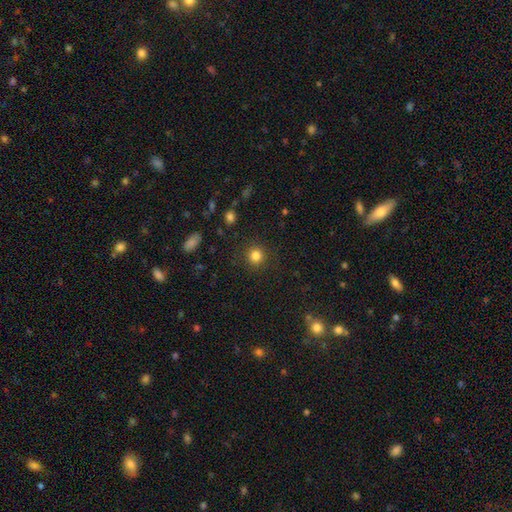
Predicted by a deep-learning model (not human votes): Smooth or featured? smooth (83%)
How rounded? round (92%)
Merging? none (90%)